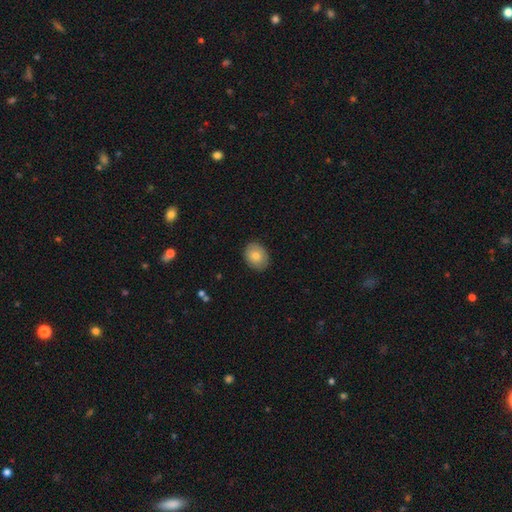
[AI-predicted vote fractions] smooth_or_featured: smooth (p=0.79) [alt: featured or disk p=0.13]
how_rounded: in between (p=0.54) [alt: round p=0.45]
merging: none (p=0.87) [alt: minor disturbance p=0.10]